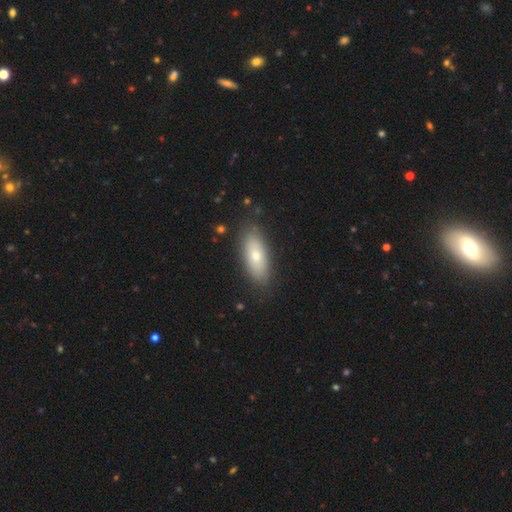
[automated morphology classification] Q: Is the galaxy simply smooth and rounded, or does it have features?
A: smooth — 70%.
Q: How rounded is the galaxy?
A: in between — 78%.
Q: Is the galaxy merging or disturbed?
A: none — 85%.